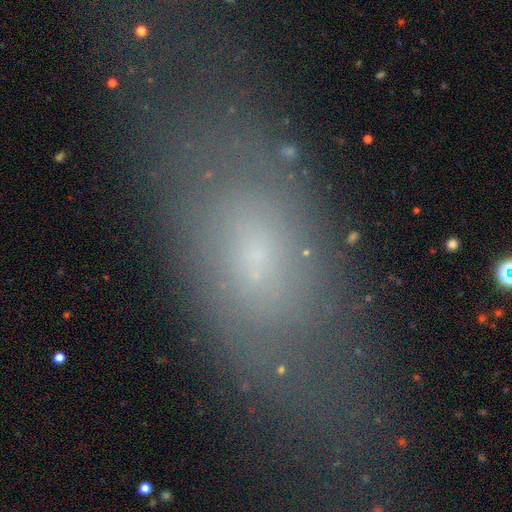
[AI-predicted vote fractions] smooth-or-featured: smooth: 45% | featured or disk: 39% | star or artifact: 16%
  merging: none: 59% | minor disturbance: 19% | major disturbance: 15% | merger: 6%